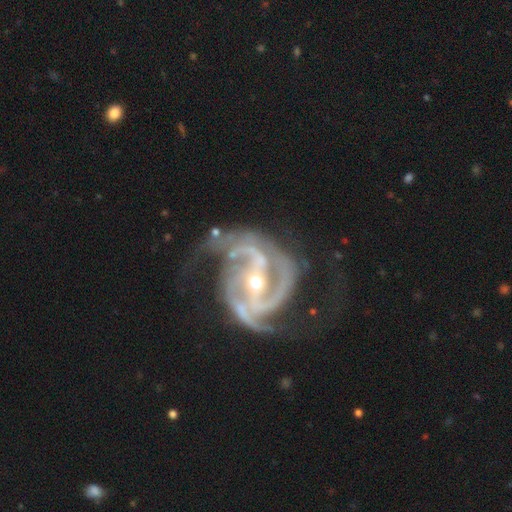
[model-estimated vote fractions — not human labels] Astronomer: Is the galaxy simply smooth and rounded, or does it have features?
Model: featured or disk — 93%.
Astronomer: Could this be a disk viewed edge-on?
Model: no — 98%.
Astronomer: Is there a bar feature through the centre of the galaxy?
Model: strong — 55%.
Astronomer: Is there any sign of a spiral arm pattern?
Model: yes — 99%.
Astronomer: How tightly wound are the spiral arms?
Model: medium — 52% (runner-up: tight, 35%).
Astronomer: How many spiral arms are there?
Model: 2 — 41% (runner-up: 3, 36%).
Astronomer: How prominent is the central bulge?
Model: small — 56% (runner-up: moderate, 41%).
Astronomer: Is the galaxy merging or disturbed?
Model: none — 55%.